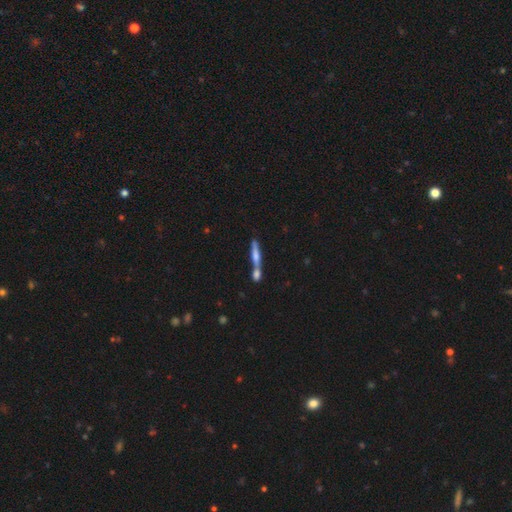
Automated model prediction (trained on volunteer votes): smooth_or_featured: featured or disk (p=0.47) [alt: smooth p=0.46]
merging: none (p=0.44) [alt: merger p=0.43]